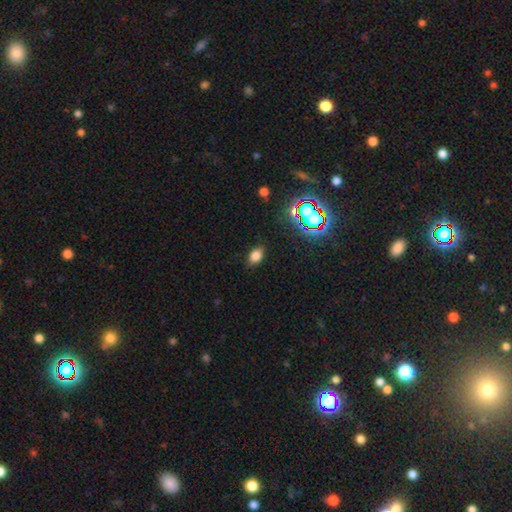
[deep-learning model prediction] Smooth or featured: smooth — 77% (star or artifact — 16%)
How rounded: in between — 80% (round — 19%)
Merging: none — 84% (minor disturbance — 12%)